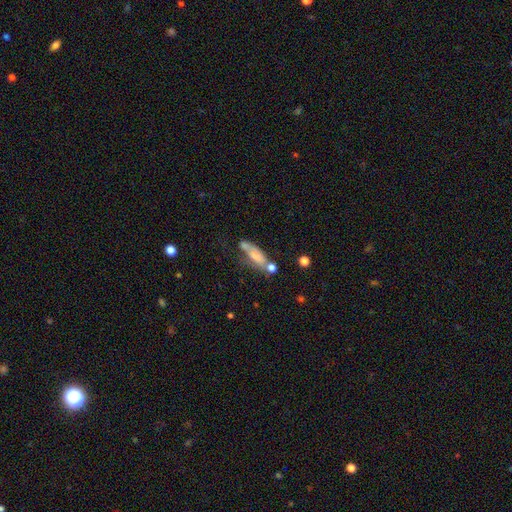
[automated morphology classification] A smooth galaxy with no disk features (60%) that is in between round and cigar-shaped (57%).

Vote fractions:
- Smooth or featured? smooth: 60% / featured or disk: 31% / star or artifact: 9%
- How rounded? in between: 57% / cigar-shaped: 40% / round: 3%
- Merging? none: 35% / merger: 29% / minor disturbance: 22% / major disturbance: 15%